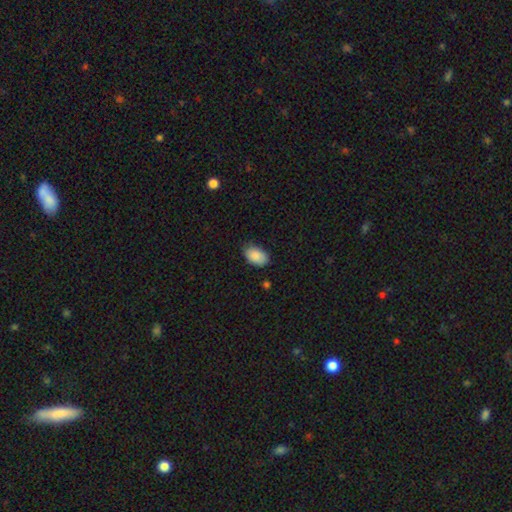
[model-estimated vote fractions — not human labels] Morphology: type=smooth (89%); roundness=in between (92%); merging=none (79%).